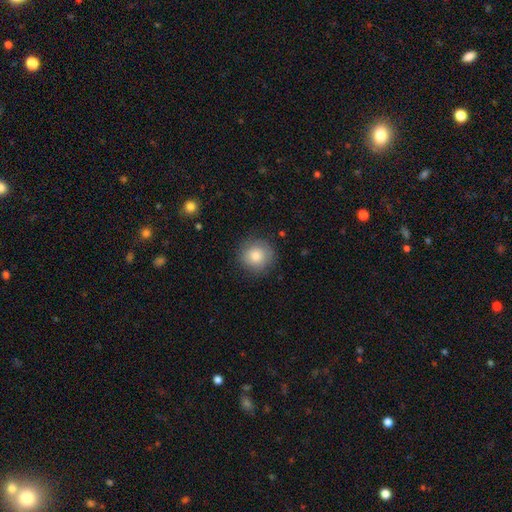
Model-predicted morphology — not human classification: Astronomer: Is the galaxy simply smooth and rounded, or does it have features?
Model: smooth — 80%.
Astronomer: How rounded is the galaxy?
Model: round — 93%.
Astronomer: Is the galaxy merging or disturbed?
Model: none — 84%.